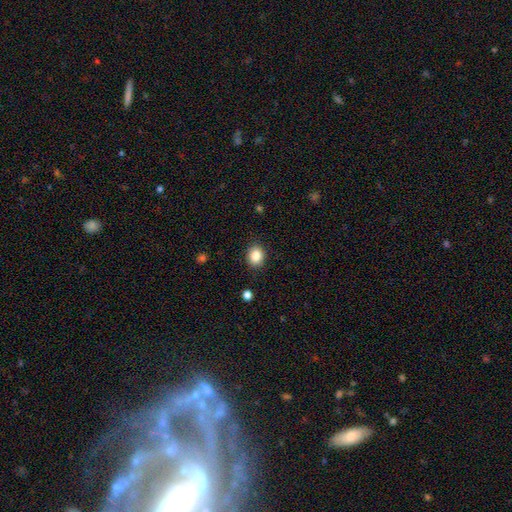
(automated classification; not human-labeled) A smooth galaxy with no disk features (85%) that is round (57%).

Vote fractions:
- Smooth or featured? smooth: 85% / star or artifact: 10% / featured or disk: 5%
- How rounded? round: 57% / in between: 42% / cigar-shaped: 1%
- Merging? none: 89% / minor disturbance: 8% / major disturbance: 2% / merger: 1%